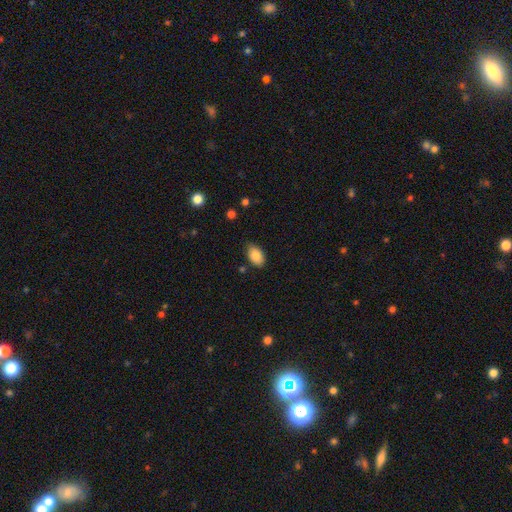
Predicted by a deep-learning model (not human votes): A smooth galaxy with no disk features (85%) that is in between round and cigar-shaped (91%). Merging: none (76%).